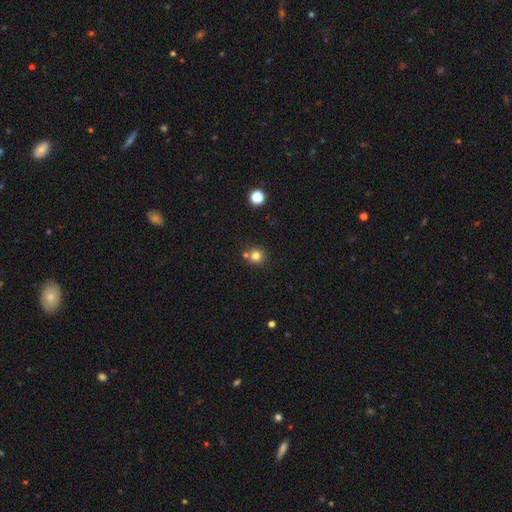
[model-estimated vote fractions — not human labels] A smooth galaxy with no disk features (79%) that is round (93%).

Vote fractions:
- Smooth or featured? smooth: 79% / star or artifact: 14% / featured or disk: 7%
- How rounded? round: 93% / in between: 6% / cigar-shaped: 1%
- Merging? none: 74% / merger: 16% / minor disturbance: 8% / major disturbance: 2%